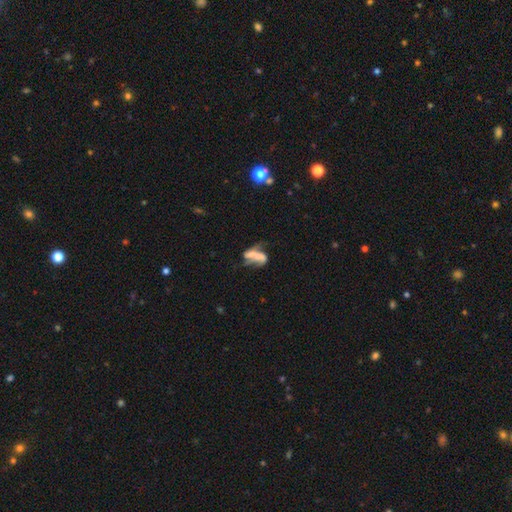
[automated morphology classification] This is possibly a featured or disk galaxy (53%). It is clearly not viewed edge-on (92%). Merging: marginally major disturbance (32%).